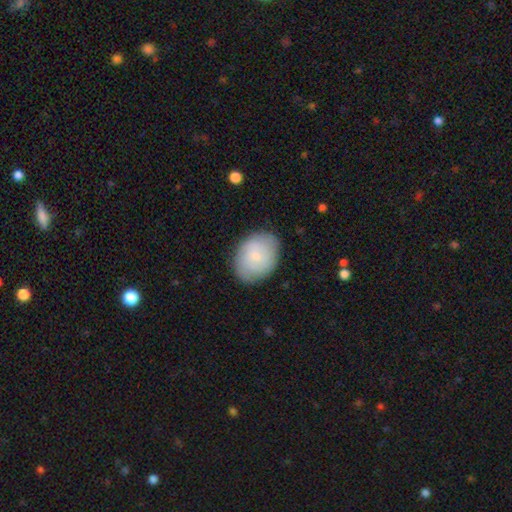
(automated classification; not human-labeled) This is likely a smooth galaxy (67%). How rounded: likely in between (68%). Merging: clearly none (80%).